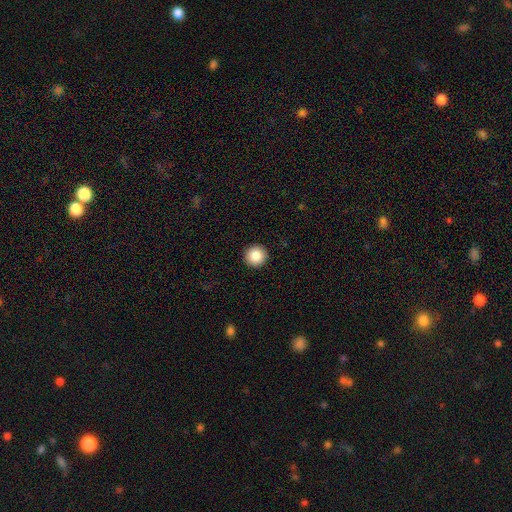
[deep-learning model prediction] smooth_or_featured: smooth (p=0.85) [alt: star or artifact p=0.09]
how_rounded: round (p=0.96) [alt: in between p=0.03]
merging: none (p=0.93) [alt: minor disturbance p=0.04]